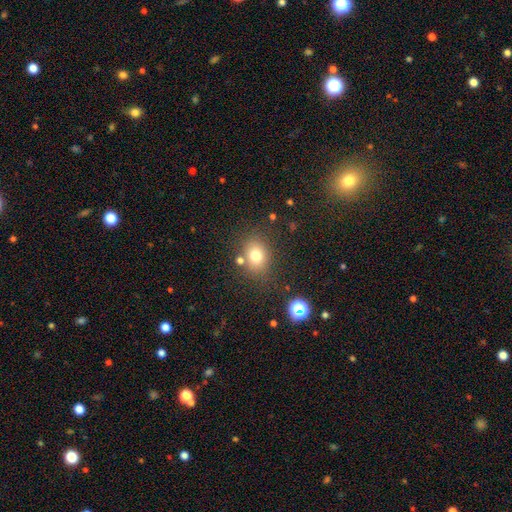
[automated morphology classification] smooth_or_featured: smooth (p=0.75) [alt: star or artifact p=0.14]
how_rounded: round (p=0.57) [alt: in between p=0.42]
merging: none (p=0.74) [alt: minor disturbance p=0.13]